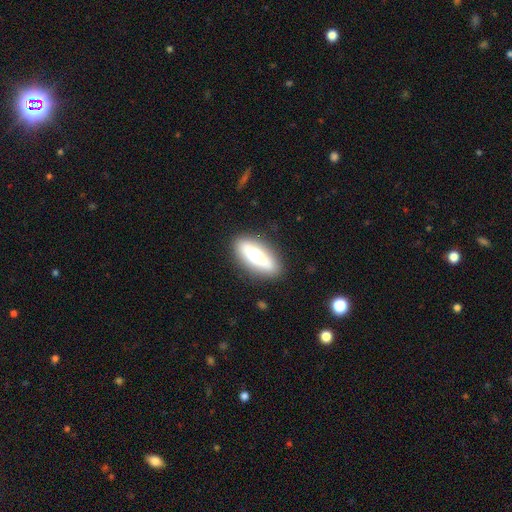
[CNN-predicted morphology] Smooth or featured: smooth — 57% (featured or disk — 36%)
How rounded: in between — 65% (cigar-shaped — 32%)
Merging: none — 87% (minor disturbance — 9%)